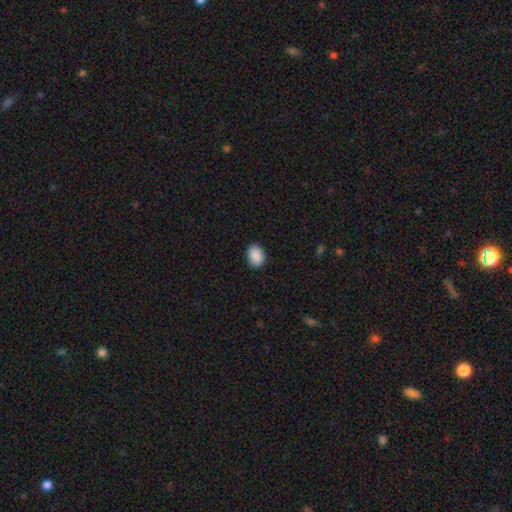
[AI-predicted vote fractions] A smooth galaxy with no disk features (90%) that is in between round and cigar-shaped (68%). Merging: none (88%).